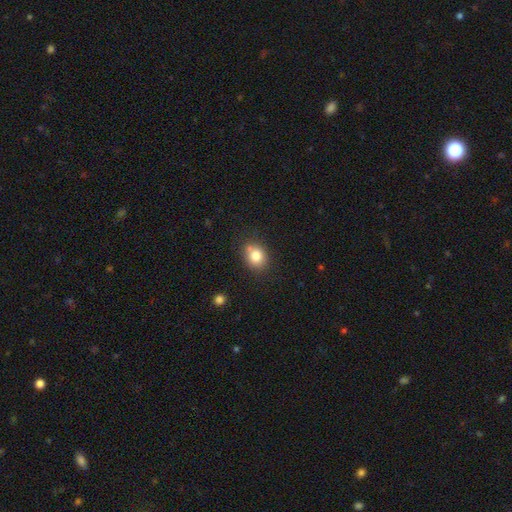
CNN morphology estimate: Smooth or featured? smooth (80%)
How rounded? round (60%)
Merging? none (69%)